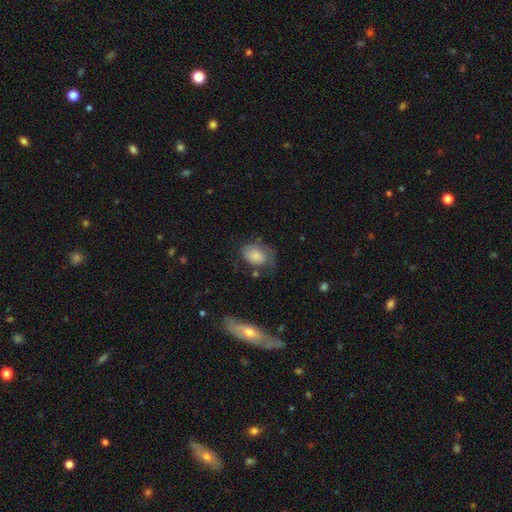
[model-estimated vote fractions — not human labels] Smooth or featured: smooth — 71% (featured or disk — 21%)
How rounded: in between — 77% (round — 22%)
Merging: none — 42% (minor disturbance — 31%)